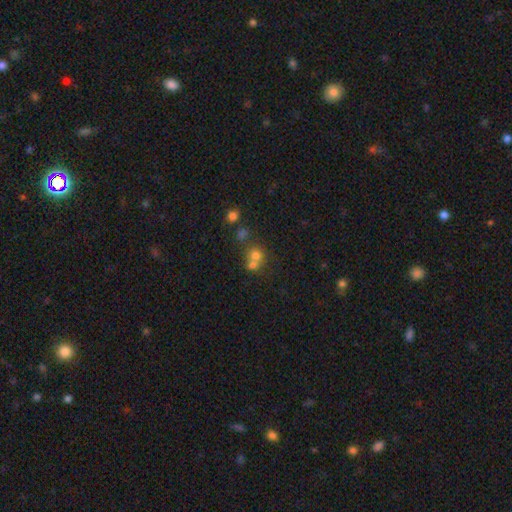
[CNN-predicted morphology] Smooth or featured: smooth — 66% (featured or disk — 17%)
How rounded: round — 77% (in between — 22%)
Merging: merger — 55% (none — 36%)